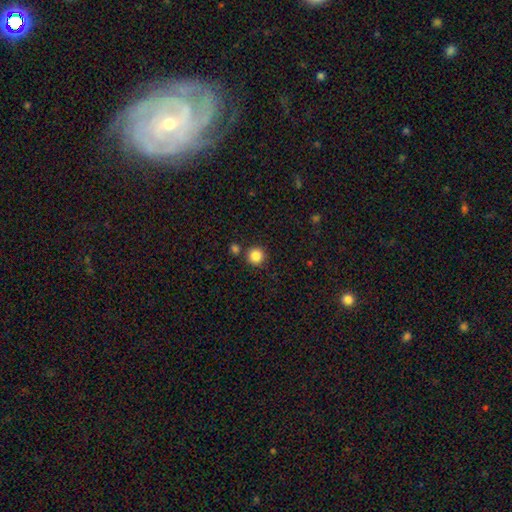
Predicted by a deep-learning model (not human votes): Smooth or featured: smooth — 86% (star or artifact — 10%)
How rounded: round — 95% (in between — 4%)
Merging: none — 85% (merger — 7%)